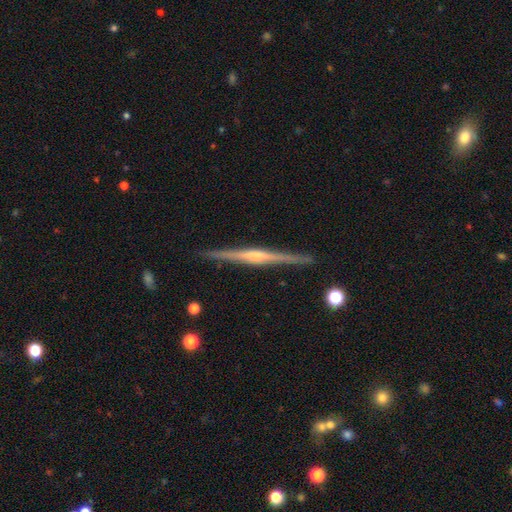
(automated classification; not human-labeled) This is likely a featured or disk galaxy (78%). It is clearly viewed edge-on (98%). Edge-on bulge: possibly rounded (56%). Merging: clearly none (91%).